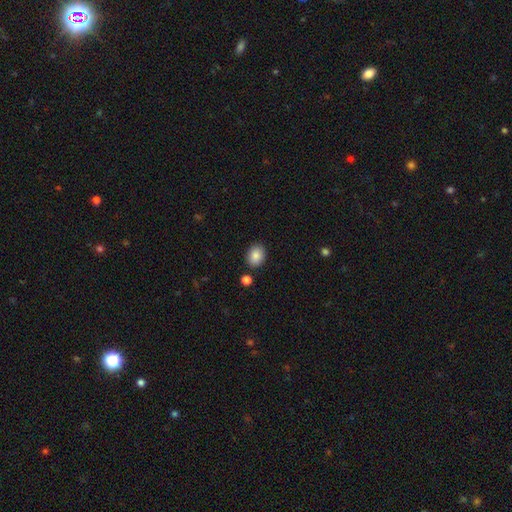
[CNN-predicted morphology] A smooth galaxy with no disk features (87%) that is in between round and cigar-shaped (59%).

Vote fractions:
- Smooth or featured? smooth: 87% / star or artifact: 8% / featured or disk: 5%
- How rounded? in between: 59% / round: 40% / cigar-shaped: 1%
- Merging? none: 87% / minor disturbance: 8% / merger: 3% / major disturbance: 2%